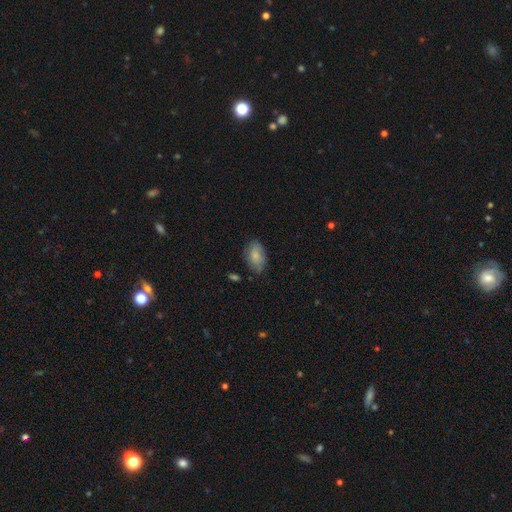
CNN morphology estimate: Smooth or featured? Predicted: smooth (p=0.79). How rounded? Predicted: in between (p=0.91). Merging? Predicted: none (p=0.73).